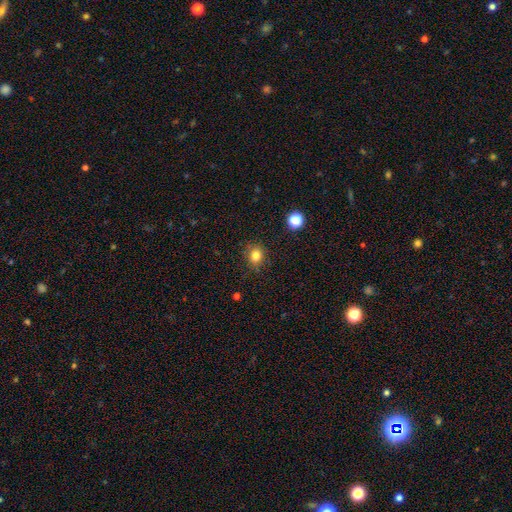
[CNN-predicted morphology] smooth-or-featured: smooth: 81% | star or artifact: 13% | featured or disk: 6%
  how-rounded: round: 63% | in between: 36% | cigar-shaped: 1%
  merging: none: 84% | minor disturbance: 12% | major disturbance: 3% | merger: 1%